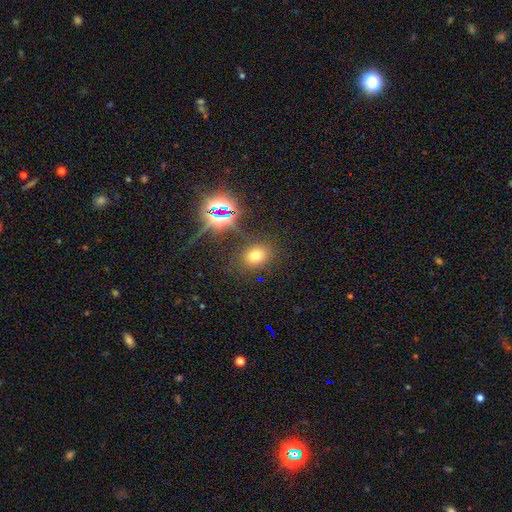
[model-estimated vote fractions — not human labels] Smooth or featured?
  - smooth: 63% *
  - star or artifact: 26%
  - featured or disk: 11%
How rounded?
  - round: 52% *
  - in between: 47%
  - cigar-shaped: 1%
Merging?
  - none: 82% *
  - minor disturbance: 10%
  - major disturbance: 5%
  - merger: 3%